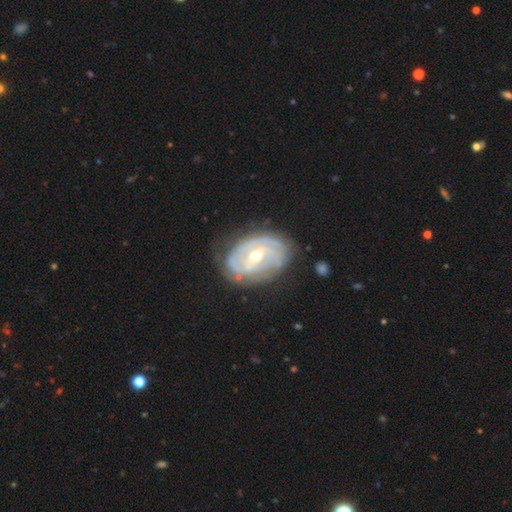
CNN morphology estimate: Q: Smooth or featured?
A: featured or disk (84%); runner-up: smooth (11%)
Q: Edge-on disk?
A: no (96%); runner-up: yes (4%)
Q: Bar?
A: no (46%); runner-up: weak (40%)
Q: Spiral arms?
A: yes (90%); runner-up: no (10%)
Q: Spiral winding?
A: tight (74%); runner-up: medium (21%)
Q: Spiral arm count?
A: can't tell (37%); runner-up: 2 (27%)
Q: Bulge size?
A: moderate (66%); runner-up: small (29%)
Q: Merging?
A: none (73%); runner-up: minor disturbance (20%)